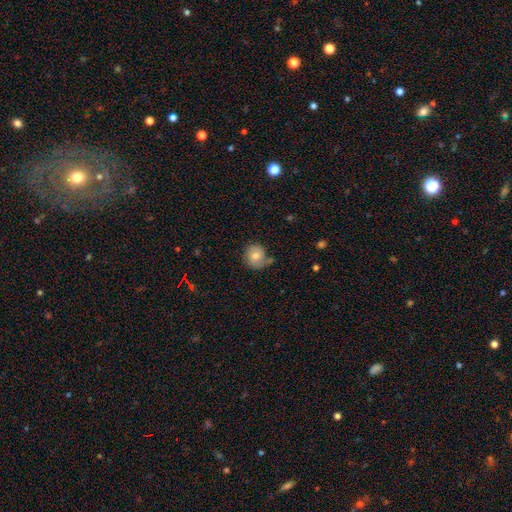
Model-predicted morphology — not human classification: Q: Smooth or featured?
A: smooth (67%); runner-up: featured or disk (24%)
Q: How rounded?
A: round (83%); runner-up: in between (16%)
Q: Merging?
A: none (59%); runner-up: minor disturbance (24%)